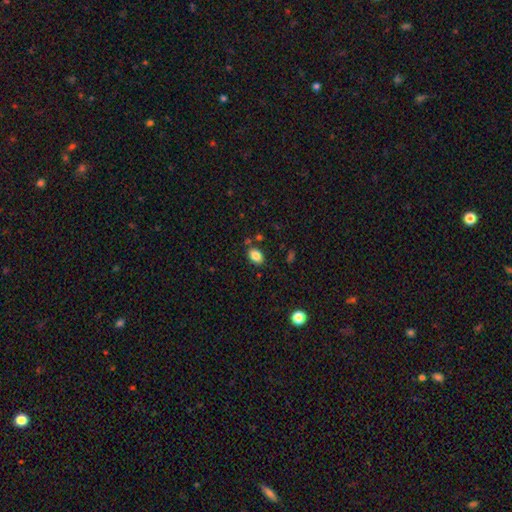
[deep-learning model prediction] smooth-or-featured: smooth: 85% | star or artifact: 9% | featured or disk: 6%
  how-rounded: in between: 82% | round: 17% | cigar-shaped: 1%
  merging: none: 81% | minor disturbance: 11% | merger: 5% | major disturbance: 3%